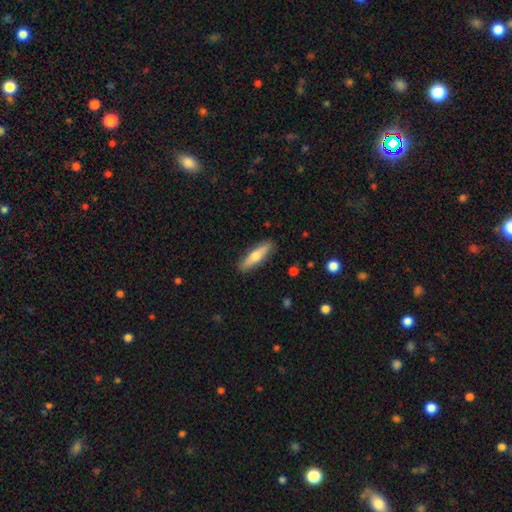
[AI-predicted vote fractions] Smooth or featured? smooth (59%)
How rounded? cigar-shaped (69%)
Merging? none (89%)